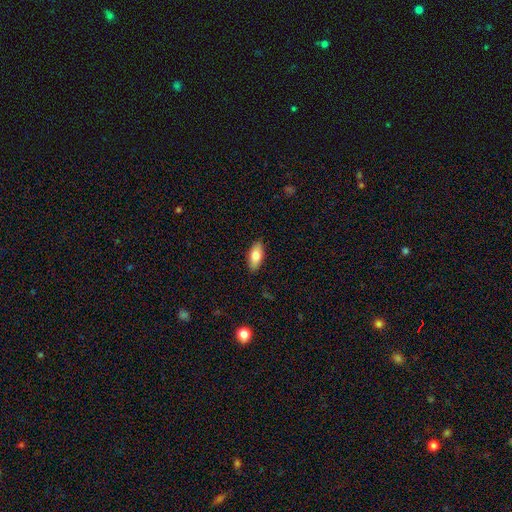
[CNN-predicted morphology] This appears to be a smooth galaxy with no disk features (79%) that is in between round and cigar-shaped (84%). Merging: none (88%).